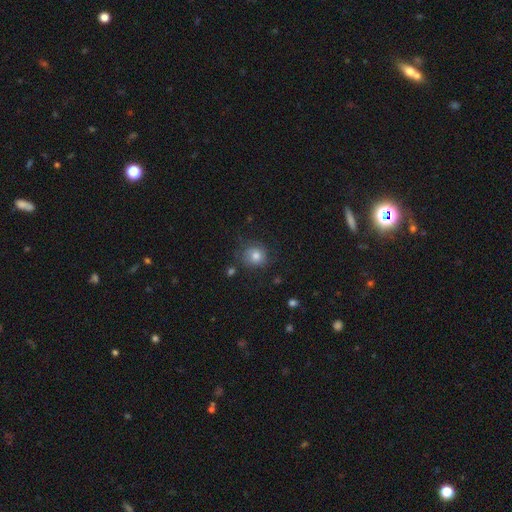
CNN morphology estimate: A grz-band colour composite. It shows a smooth galaxy with no disk features (69%) that is round (85%). Merging: none (70%).